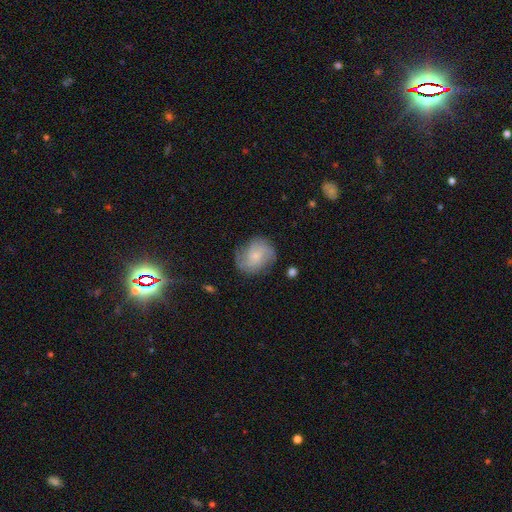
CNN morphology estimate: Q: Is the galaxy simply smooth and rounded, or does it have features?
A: featured or disk — 46%, tied with smooth.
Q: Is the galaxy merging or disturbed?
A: none — 66%.